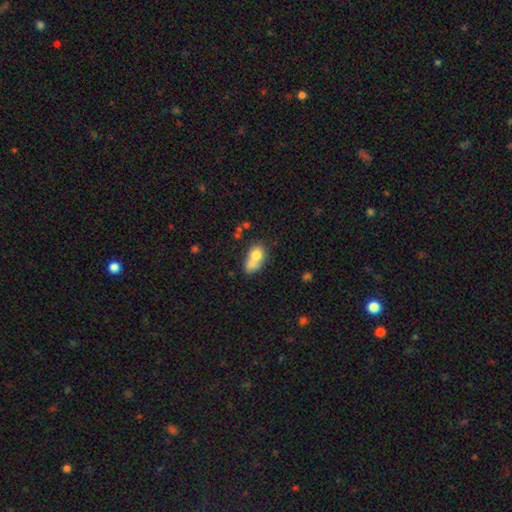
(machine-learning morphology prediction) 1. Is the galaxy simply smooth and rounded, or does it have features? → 72% smooth, 18% featured or disk, 10% star or artifact.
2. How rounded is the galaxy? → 64% in between, 33% round, 2% cigar-shaped.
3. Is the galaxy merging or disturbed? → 55% merger, 25% none, 13% minor disturbance, 7% major disturbance.